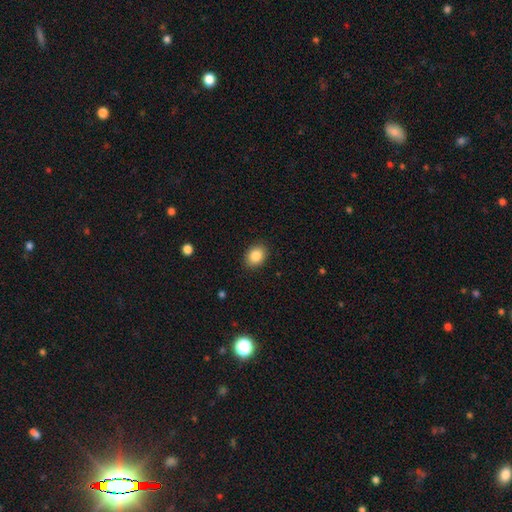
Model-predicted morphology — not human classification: smooth_or_featured: smooth (p=0.86) [alt: star or artifact p=0.09]
how_rounded: in between (p=0.58) [alt: round p=0.41]
merging: none (p=0.89) [alt: minor disturbance p=0.08]